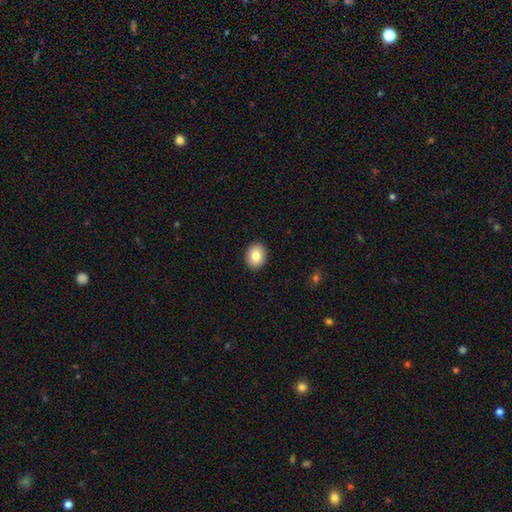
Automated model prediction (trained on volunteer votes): Overall: smooth (82%). How rounded: round (52%; in between 47%). Merging: none (91%).